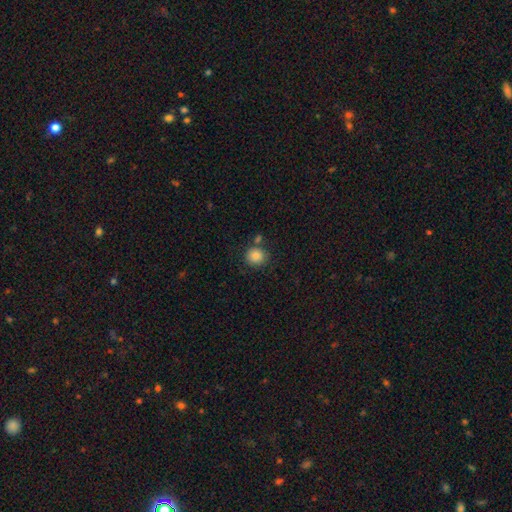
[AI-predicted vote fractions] A smooth galaxy with no disk features (86%) that is round (84%).

Vote fractions:
- Smooth or featured? smooth: 86% / star or artifact: 10% / featured or disk: 5%
- How rounded? round: 84% / in between: 15% / cigar-shaped: 1%
- Merging? none: 75% / merger: 11% / minor disturbance: 10% / major disturbance: 3%